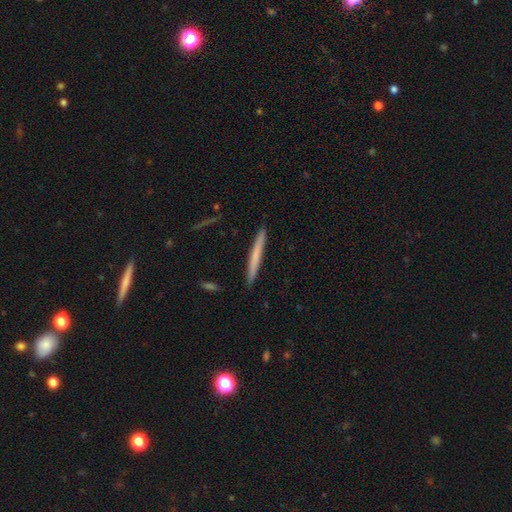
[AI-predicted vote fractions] Overall: smooth (60%; featured or disk 34%). How rounded: cigar-shaped (97%). Merging: none (92%).